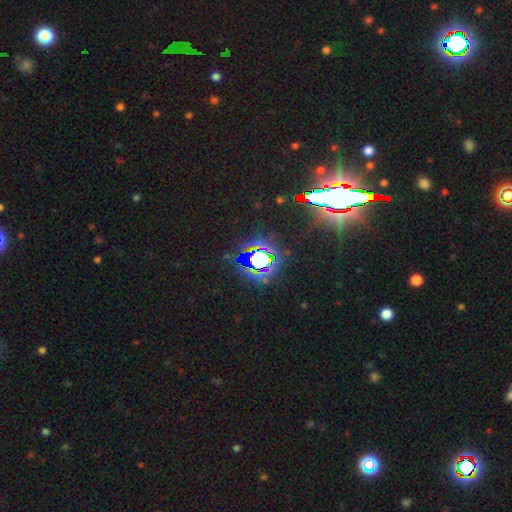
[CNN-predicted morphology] Smooth or featured? star or artifact (72%)